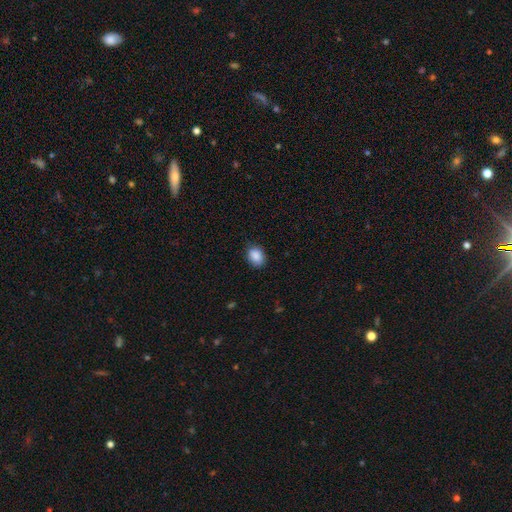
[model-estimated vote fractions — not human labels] Overall: smooth (89%). How rounded: in between (69%; round 29%). Merging: none (83%).